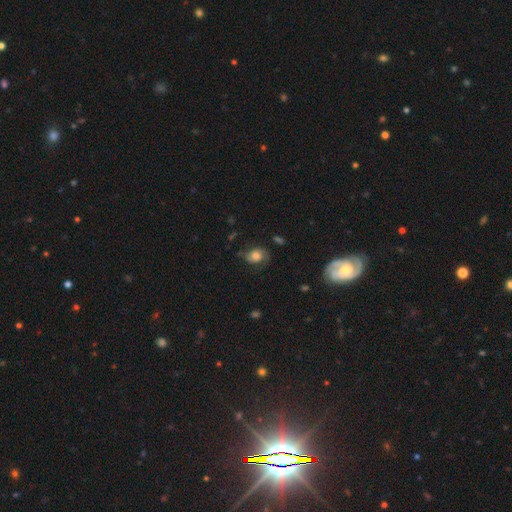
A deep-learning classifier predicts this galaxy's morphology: smooth 49%, featured or disk 41%, star or artifact 10%. Down the decision tree: merging — none (58%).